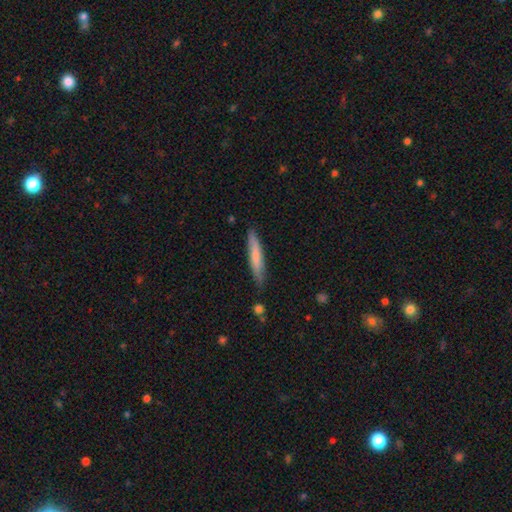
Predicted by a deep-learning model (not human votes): This appears to be a smooth galaxy with no disk features (70%) that is cigar-shaped (92%). Merging: none (83%).